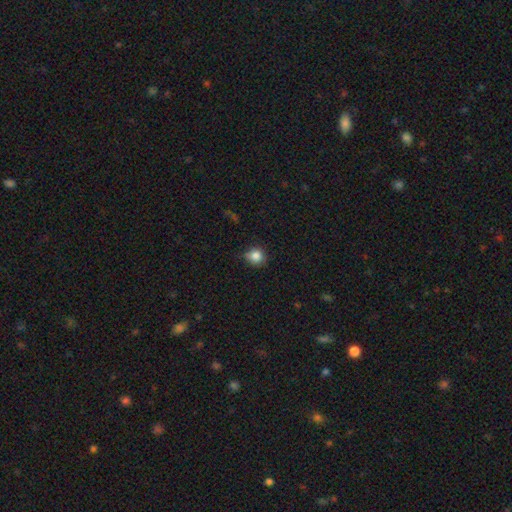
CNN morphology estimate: type=smooth (83%); roundness=round (87%); merging=none (69%).